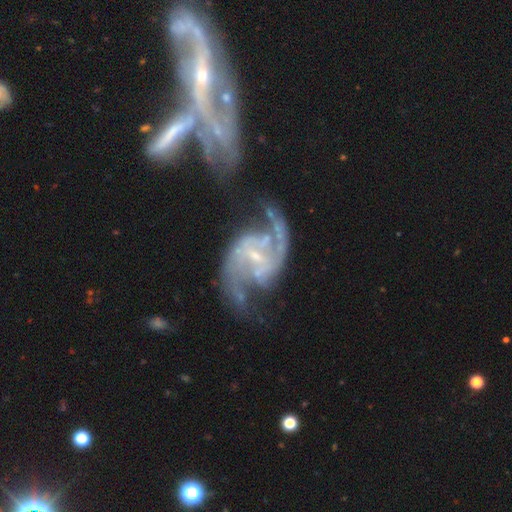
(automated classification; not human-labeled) Overall: featured or disk (93%). Edge-on disk: no (98%). Bar: weak (54%; strong 25%). Spiral arms: yes (98%). Spiral arm count: 2 (92%). Spiral winding: medium (49%; loose 40%). Bulge size: small (69%). Merging: none (58%; minor disturbance 18%).